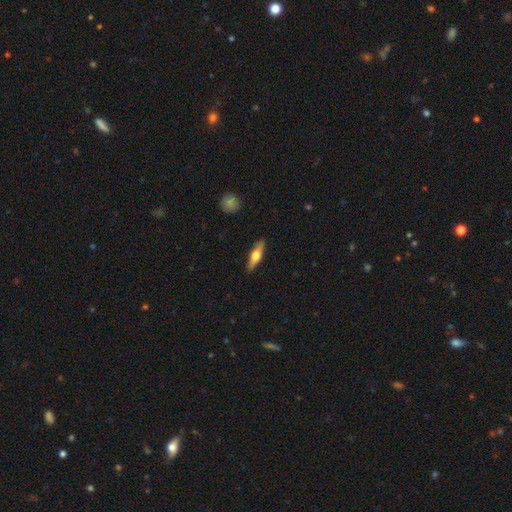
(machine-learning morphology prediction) A featured or disk galaxy (52%) viewed edge-on (92%). Merging: none (89%).